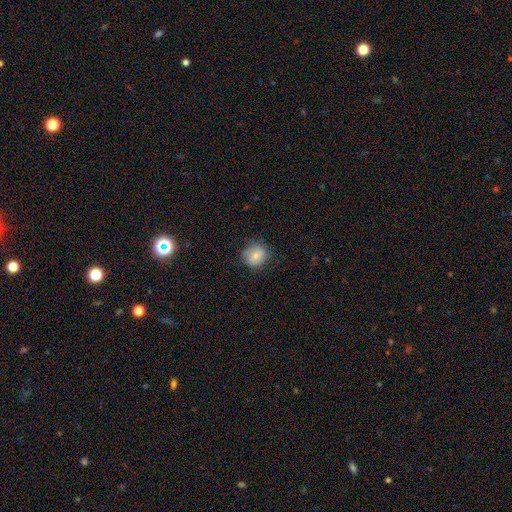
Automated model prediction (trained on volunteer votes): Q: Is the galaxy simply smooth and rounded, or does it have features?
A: smooth — 74%.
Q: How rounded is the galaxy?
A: round — 82%.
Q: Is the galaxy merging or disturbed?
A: none — 73%.